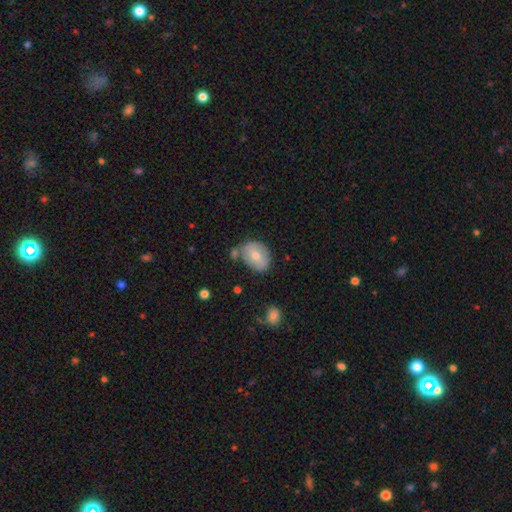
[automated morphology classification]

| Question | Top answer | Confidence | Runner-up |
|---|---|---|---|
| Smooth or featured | smooth | 65% | featured or disk (28%) |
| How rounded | in between | 60% | round (39%) |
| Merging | none | 57% | minor disturbance (24%) |